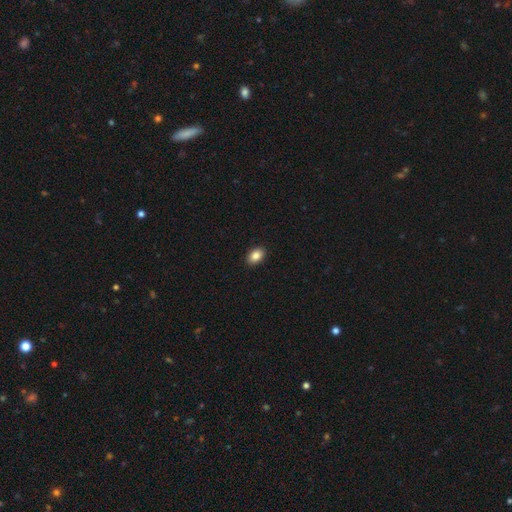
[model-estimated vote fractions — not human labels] Smooth or featured? smooth (86%)
How rounded? in between (85%)
Merging? none (91%)